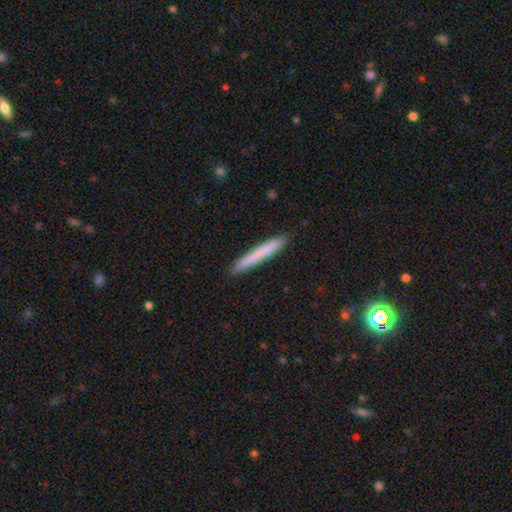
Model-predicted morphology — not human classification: smooth_or_featured: smooth (p=0.70) [alt: featured or disk p=0.24]
how_rounded: cigar-shaped (p=0.97) [alt: in between p=0.02]
merging: none (p=0.89) [alt: minor disturbance p=0.08]